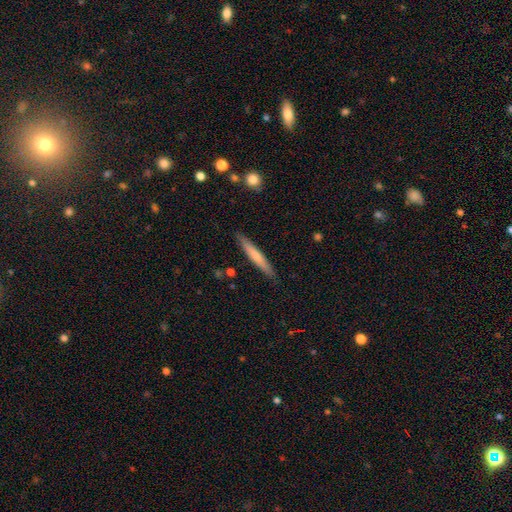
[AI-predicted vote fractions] A smooth galaxy with no disk features (63%) that is cigar-shaped (95%). Merging: none (89%).